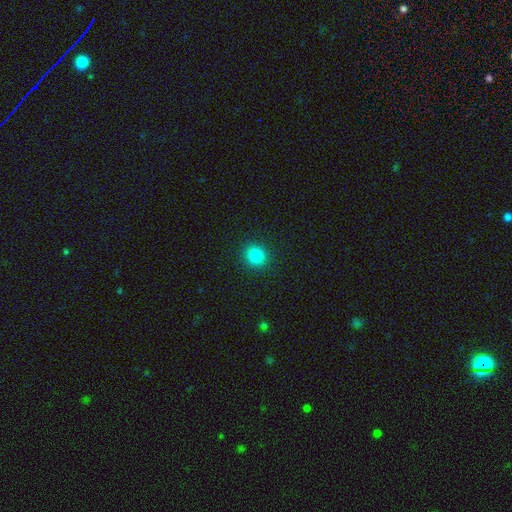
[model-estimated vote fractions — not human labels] This is clearly a smooth galaxy (83%). How rounded: clearly round (88%). Merging: clearly none (92%).